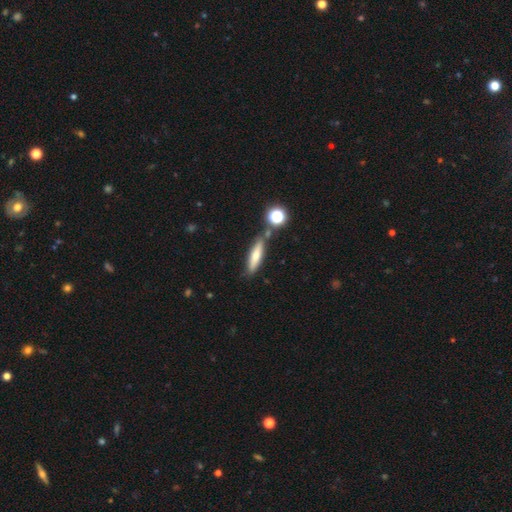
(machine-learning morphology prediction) Overall: smooth (64%; featured or disk 27%). How rounded: cigar-shaped (73%). Merging: none (74%).